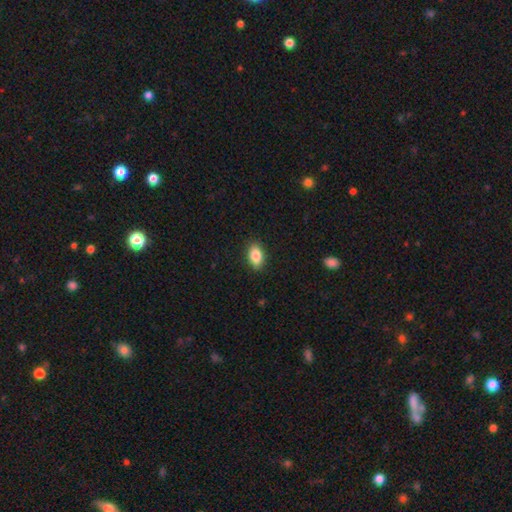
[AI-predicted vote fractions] Q: Smooth or featured?
A: smooth (87%); runner-up: star or artifact (7%)
Q: How rounded?
A: in between (90%); runner-up: round (8%)
Q: Merging?
A: none (89%); runner-up: minor disturbance (8%)